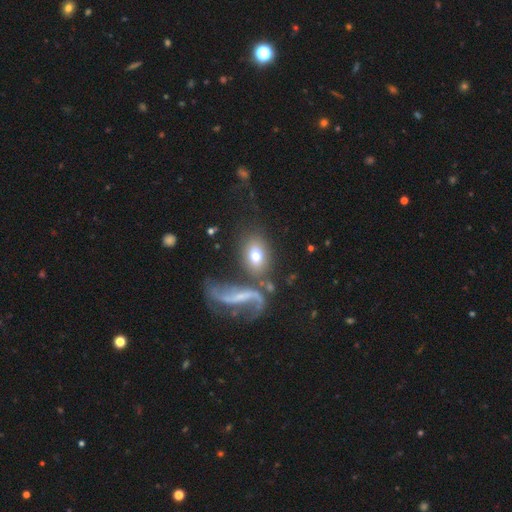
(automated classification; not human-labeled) Smooth or featured? Predicted: smooth (p=0.65). How rounded? Predicted: in between (p=0.77). Merging? Predicted: none (p=0.56).